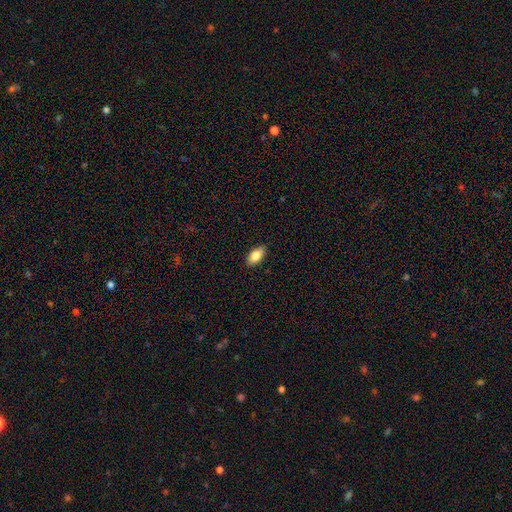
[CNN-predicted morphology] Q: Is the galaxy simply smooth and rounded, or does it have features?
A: smooth — 83%.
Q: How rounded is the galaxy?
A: in between — 91%.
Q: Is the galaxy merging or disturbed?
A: none — 89%.